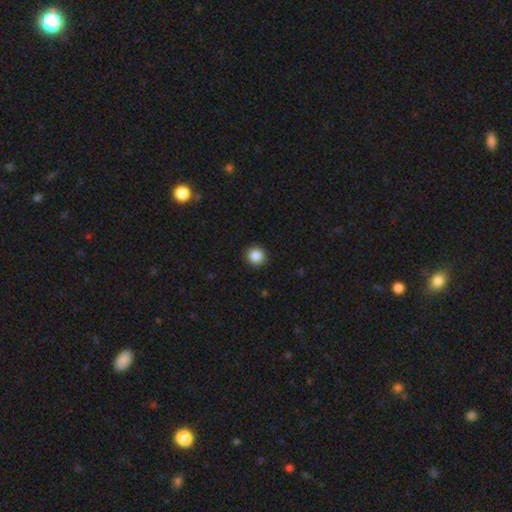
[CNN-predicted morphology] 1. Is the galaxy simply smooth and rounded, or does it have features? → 87% smooth, 10% star or artifact, 4% featured or disk.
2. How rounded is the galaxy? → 94% round, 5% in between, 1% cigar-shaped.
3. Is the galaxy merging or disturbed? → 93% none, 5% minor disturbance, 2% major disturbance, 1% merger.